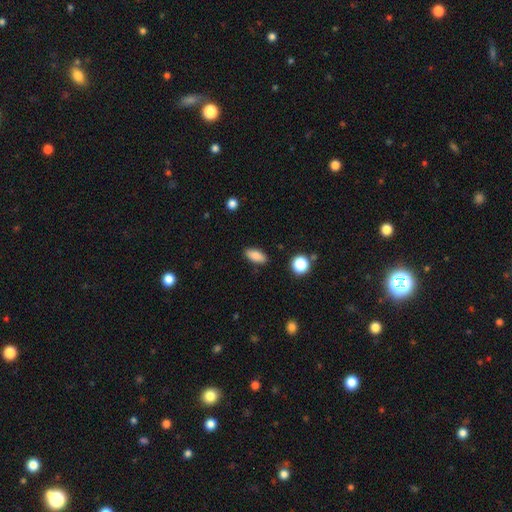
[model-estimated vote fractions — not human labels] This is clearly a smooth galaxy (85%). How rounded: clearly in between (85%). Merging: clearly none (88%).